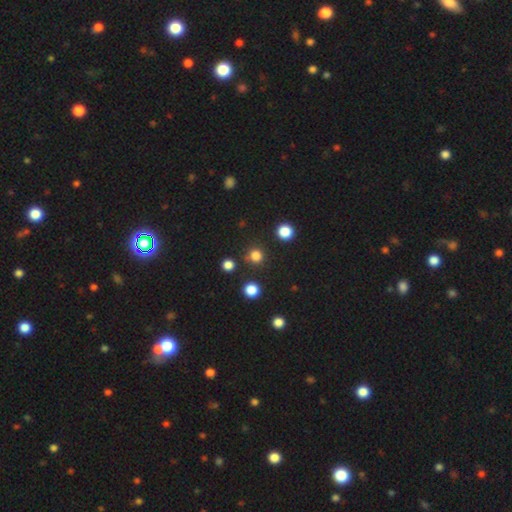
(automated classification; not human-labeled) Smooth or featured? Predicted: smooth (p=0.80). How rounded? Predicted: round (p=0.92). Merging? Predicted: none (p=0.86).